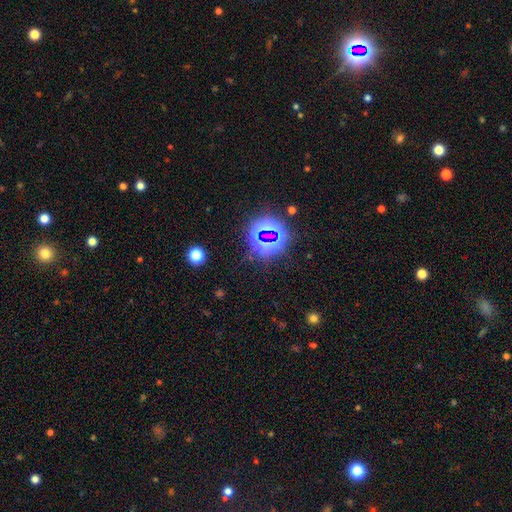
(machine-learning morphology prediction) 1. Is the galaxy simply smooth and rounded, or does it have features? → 79% star or artifact, 12% smooth, 8% featured or disk.